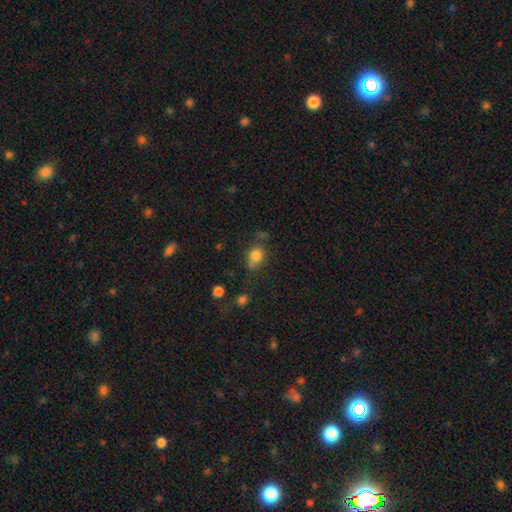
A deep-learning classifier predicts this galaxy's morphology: Smooth or featured?
  - smooth: 80% *
  - star or artifact: 11%
  - featured or disk: 9%
How rounded?
  - round: 51% *
  - in between: 47%
  - cigar-shaped: 2%
Merging?
  - none: 55% *
  - minor disturbance: 26%
  - merger: 10%
  - major disturbance: 10%